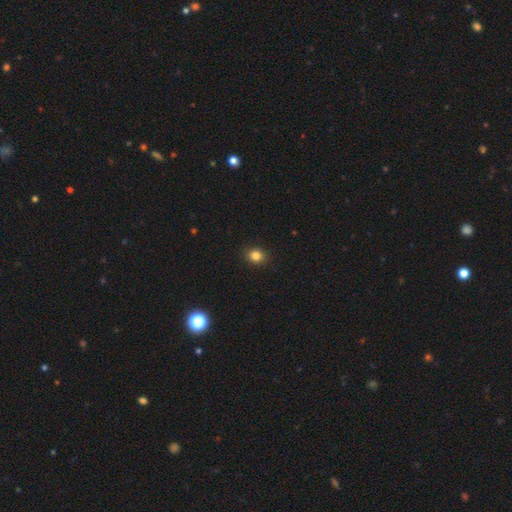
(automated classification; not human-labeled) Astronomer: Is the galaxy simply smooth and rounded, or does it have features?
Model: smooth — 84%.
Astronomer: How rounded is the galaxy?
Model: round — 68%.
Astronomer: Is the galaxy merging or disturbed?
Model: none — 91%.